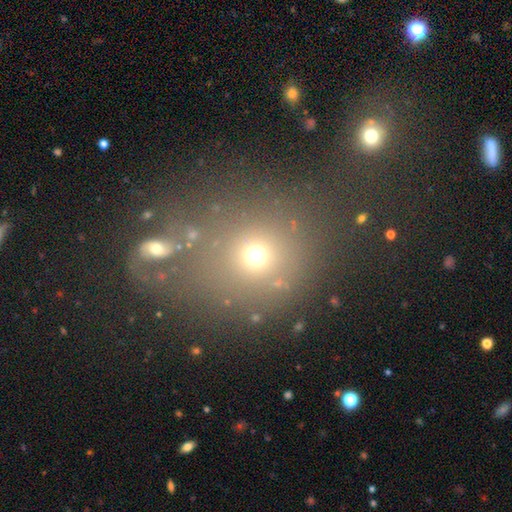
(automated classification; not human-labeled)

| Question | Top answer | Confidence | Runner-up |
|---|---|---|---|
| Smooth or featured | smooth | 65% | star or artifact (24%) |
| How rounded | round | 84% | in between (15%) |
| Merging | none | 69% | merger (14%) |